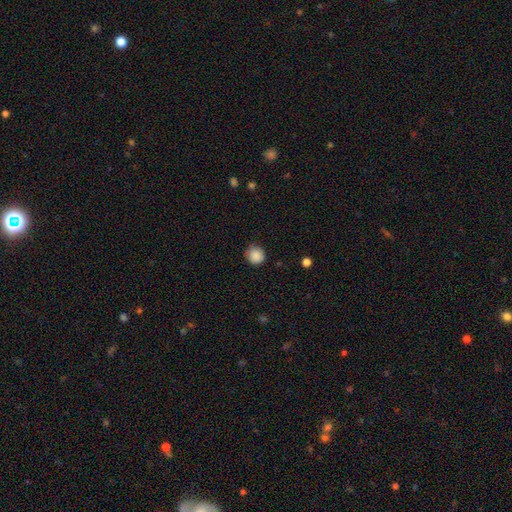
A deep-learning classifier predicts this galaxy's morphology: Smooth or featured? smooth (88%)
How rounded? round (91%)
Merging? none (82%)